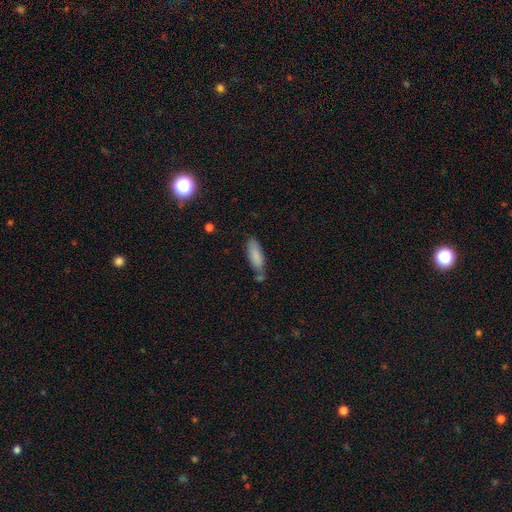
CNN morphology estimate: A smooth galaxy with no disk features (85%) that is in between round and cigar-shaped (57%). Merging: none (60%).